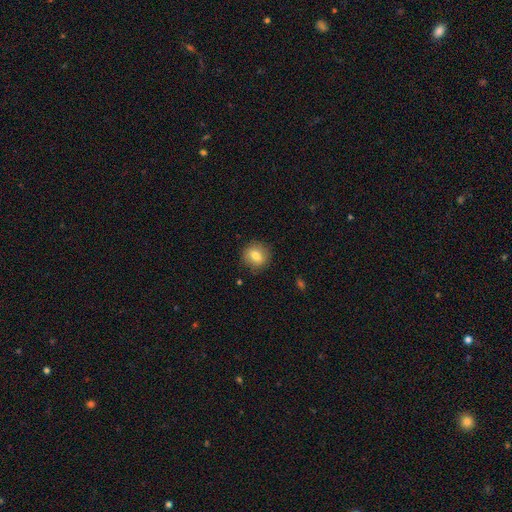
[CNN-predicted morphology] This is likely a smooth galaxy (75%). How rounded: clearly round (82%). Merging: clearly none (86%).